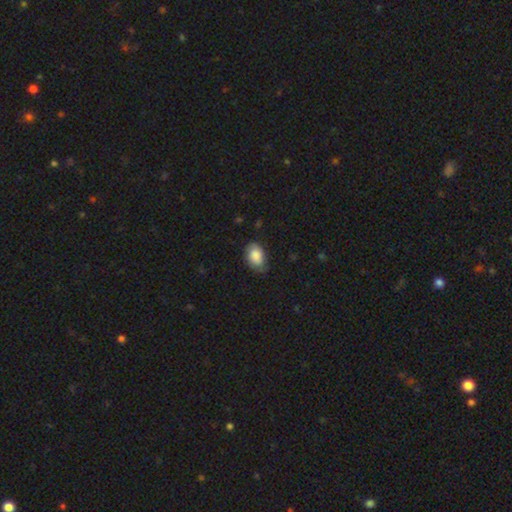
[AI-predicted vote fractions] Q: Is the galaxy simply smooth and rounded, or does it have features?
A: smooth — 76%.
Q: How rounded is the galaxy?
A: in between — 84%.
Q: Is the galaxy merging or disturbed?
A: none — 67%.